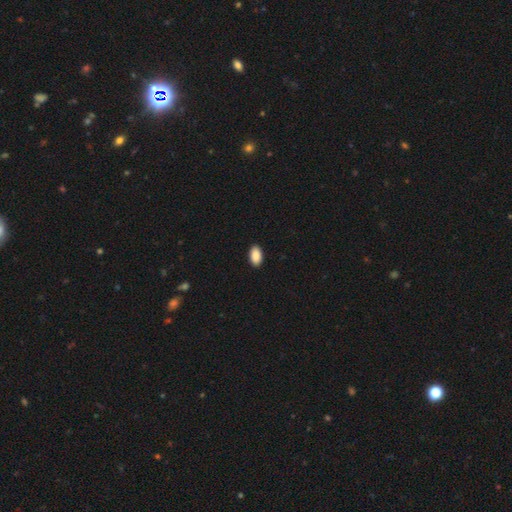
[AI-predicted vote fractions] Q: Smooth or featured?
A: smooth (90%); runner-up: star or artifact (7%)
Q: How rounded?
A: in between (95%); runner-up: round (4%)
Q: Merging?
A: none (91%); runner-up: minor disturbance (6%)